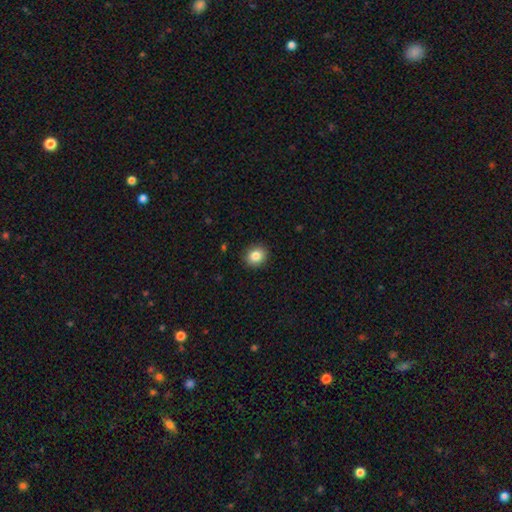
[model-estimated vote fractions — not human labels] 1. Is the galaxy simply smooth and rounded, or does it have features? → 84% smooth, 10% star or artifact, 6% featured or disk.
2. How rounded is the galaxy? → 74% round, 25% in between, 1% cigar-shaped.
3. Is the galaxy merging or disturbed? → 91% none, 6% minor disturbance, 2% major disturbance, 1% merger.